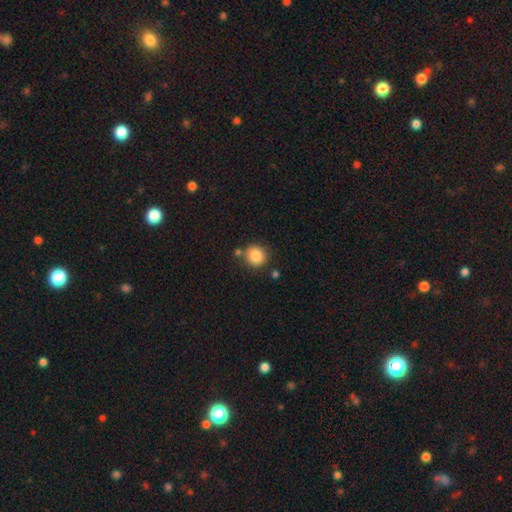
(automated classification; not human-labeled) Overall: smooth (83%). How rounded: round (91%). Merging: none (78%).